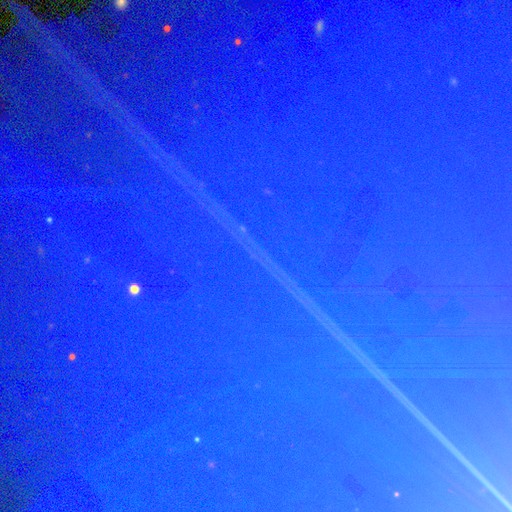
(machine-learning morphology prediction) This is clearly a star or artifact rather than a galaxy (86%).